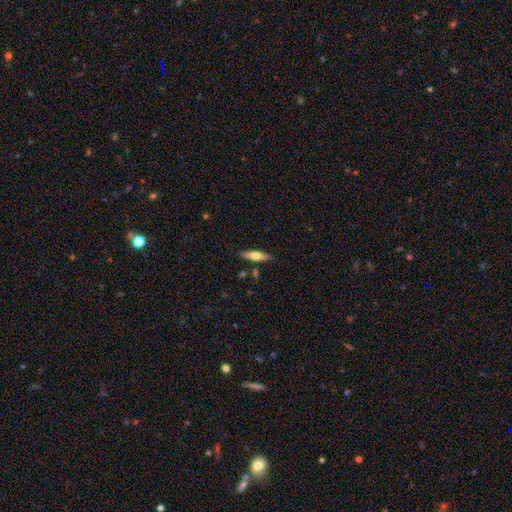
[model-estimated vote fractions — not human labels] smooth 55%, featured or disk 39%, star or artifact 6%. Down the decision tree: how rounded — cigar-shaped (62%); merging — none (83%).